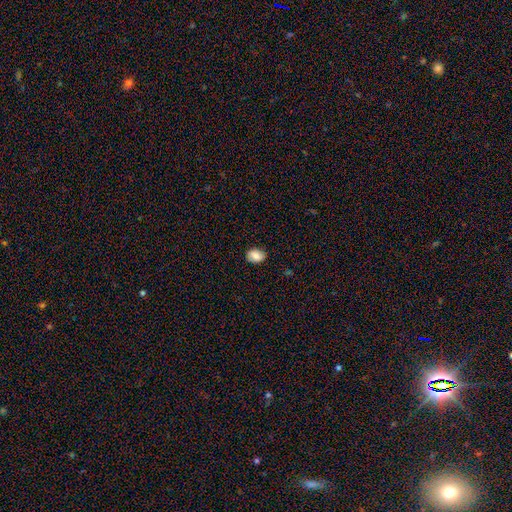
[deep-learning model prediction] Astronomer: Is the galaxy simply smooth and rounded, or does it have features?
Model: smooth — 82%.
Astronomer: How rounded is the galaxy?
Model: in between — 76%.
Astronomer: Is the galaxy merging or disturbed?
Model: none — 85%.